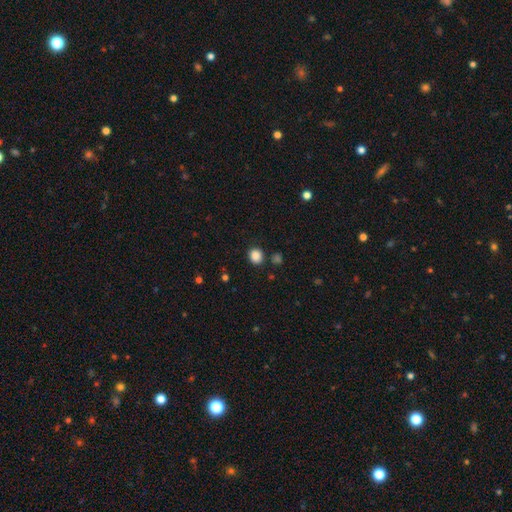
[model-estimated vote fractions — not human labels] Overall: smooth (86%). How rounded: round (77%). Merging: none (85%).